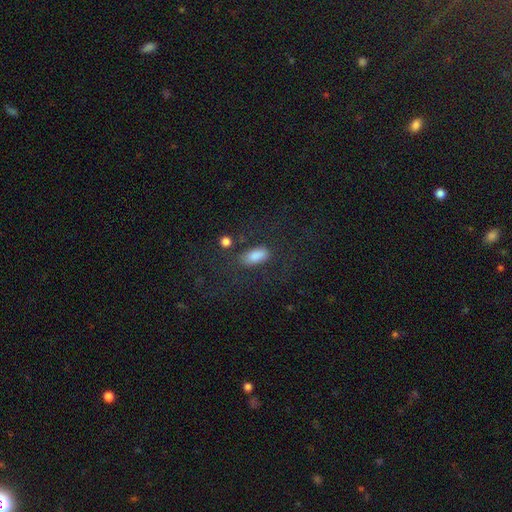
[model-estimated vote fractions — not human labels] A smooth galaxy with no disk features (72%) that is in between round and cigar-shaped (85%). Merging: none (68%).